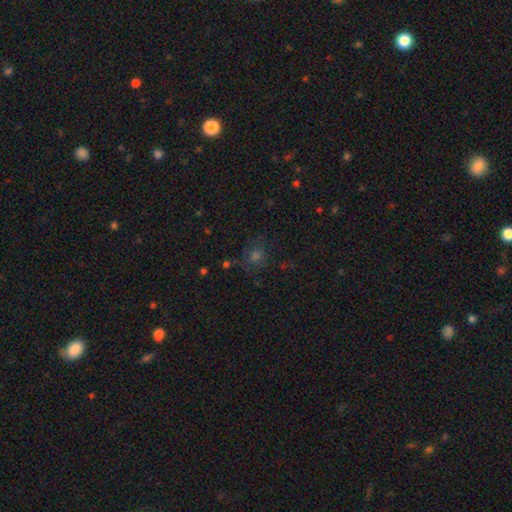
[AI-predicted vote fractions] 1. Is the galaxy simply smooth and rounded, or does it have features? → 47% smooth, 38% star or artifact, 15% featured or disk.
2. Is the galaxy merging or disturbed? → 72% none, 16% minor disturbance, 9% major disturbance, 4% merger.